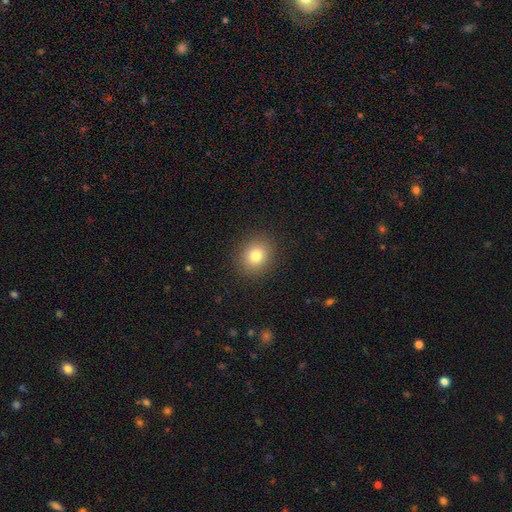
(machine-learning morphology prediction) smooth_or_featured: smooth (p=0.80) [alt: star or artifact p=0.11]
how_rounded: round (p=0.73) [alt: in between p=0.26]
merging: none (p=0.90) [alt: minor disturbance p=0.07]